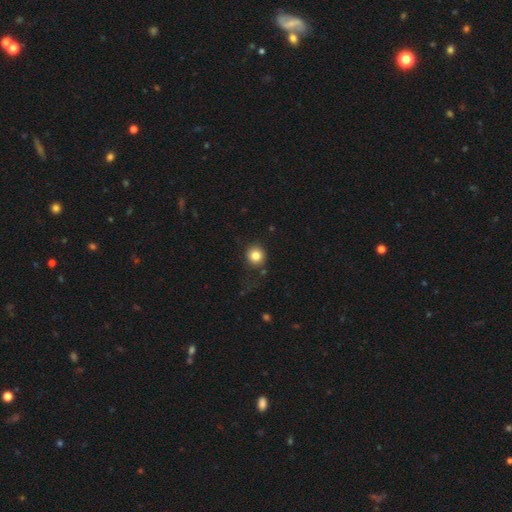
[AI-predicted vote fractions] Morphology: type=smooth (83%); roundness=round (90%); merging=none (82%).